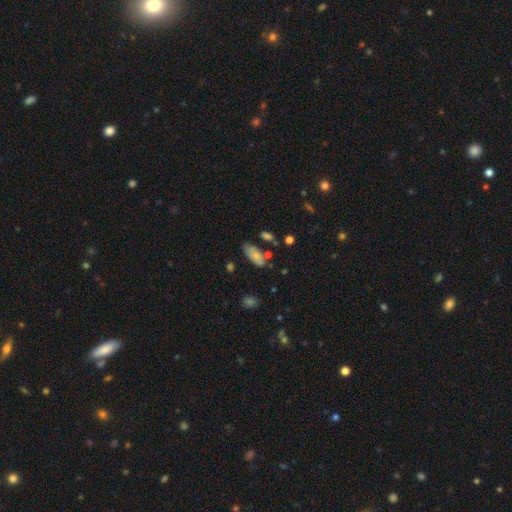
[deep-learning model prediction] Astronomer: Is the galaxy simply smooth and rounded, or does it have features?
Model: smooth — 68%.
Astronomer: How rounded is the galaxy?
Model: in between — 87%.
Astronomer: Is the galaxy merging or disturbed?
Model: none — 55%.